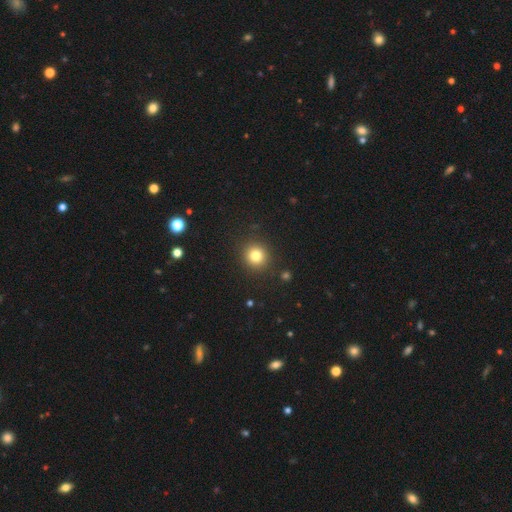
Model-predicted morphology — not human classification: Smooth or featured? smooth (81%)
How rounded? round (92%)
Merging? none (91%)